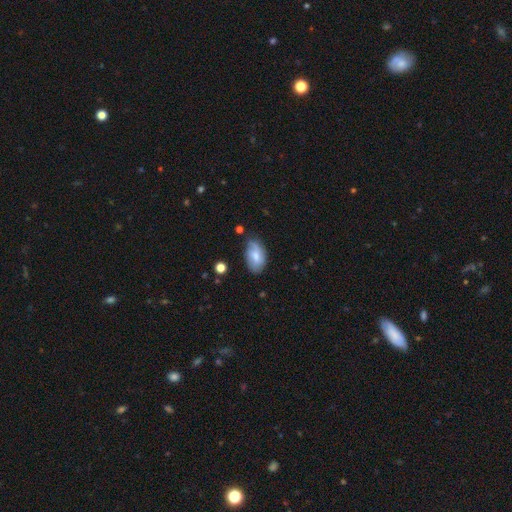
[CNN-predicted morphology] This appears to be a smooth galaxy with no disk features (58%) that is in between round and cigar-shaped (92%). Merging: none (64%).